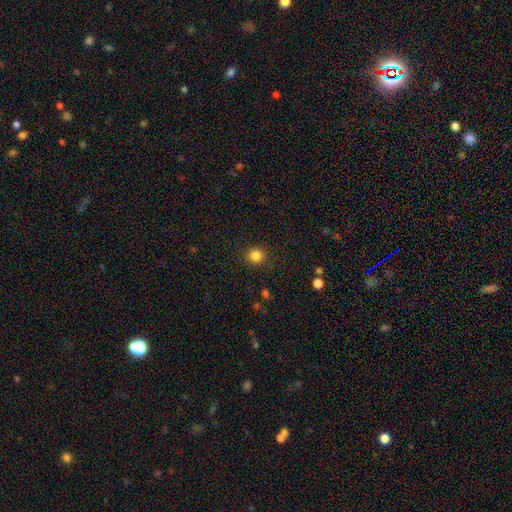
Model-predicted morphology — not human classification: Smooth or featured? Predicted: smooth (p=0.84). How rounded? Predicted: round (p=0.91). Merging? Predicted: none (p=0.90).